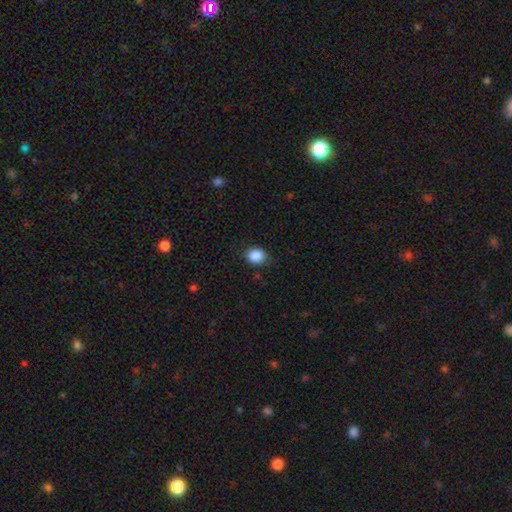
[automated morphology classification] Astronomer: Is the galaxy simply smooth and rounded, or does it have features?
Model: smooth — 89%.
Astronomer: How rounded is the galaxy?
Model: round — 50% (runner-up: in between, 49%).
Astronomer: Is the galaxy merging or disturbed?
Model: none — 82%.